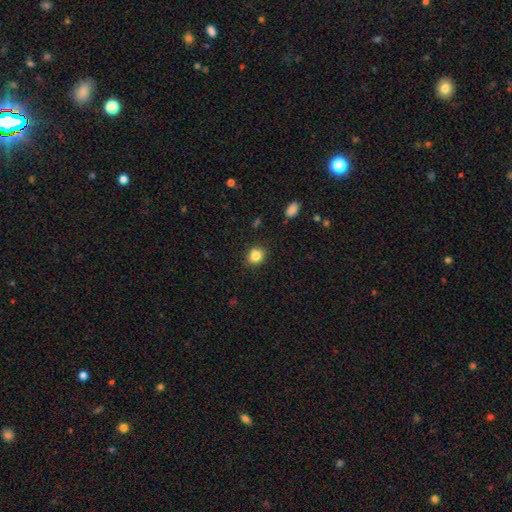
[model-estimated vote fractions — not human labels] Morphology: type=smooth (84%); roundness=round (71%); merging=none (86%).